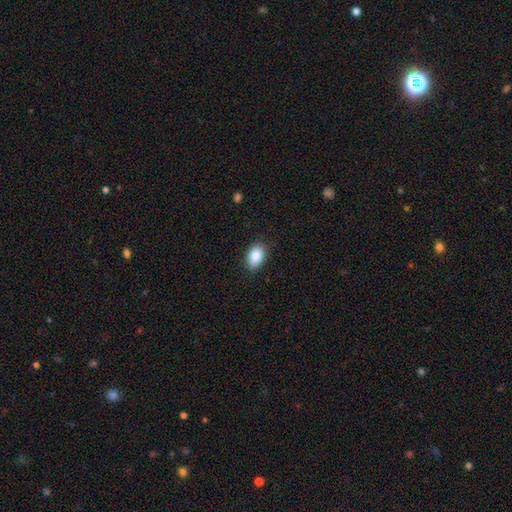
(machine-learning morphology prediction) Smooth or featured?
  - smooth: 87% *
  - star or artifact: 8%
  - featured or disk: 5%
How rounded?
  - in between: 86% *
  - round: 13%
  - cigar-shaped: 1%
Merging?
  - none: 85% *
  - minor disturbance: 12%
  - major disturbance: 2%
  - merger: 1%